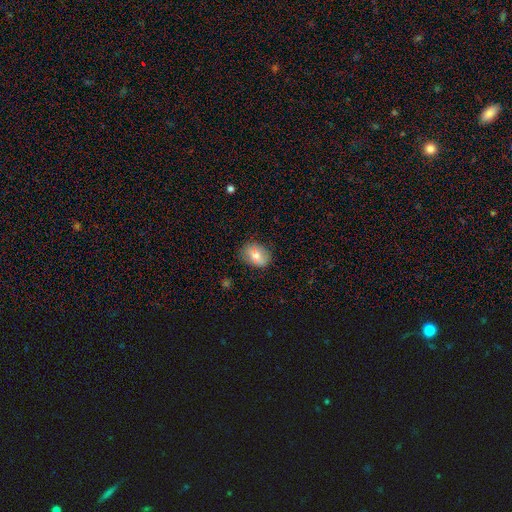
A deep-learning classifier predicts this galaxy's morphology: smooth_or_featured: smooth (p=0.66) [alt: featured or disk p=0.26]
how_rounded: in between (p=0.67) [alt: round p=0.31]
merging: none (p=0.77) [alt: minor disturbance p=0.18]